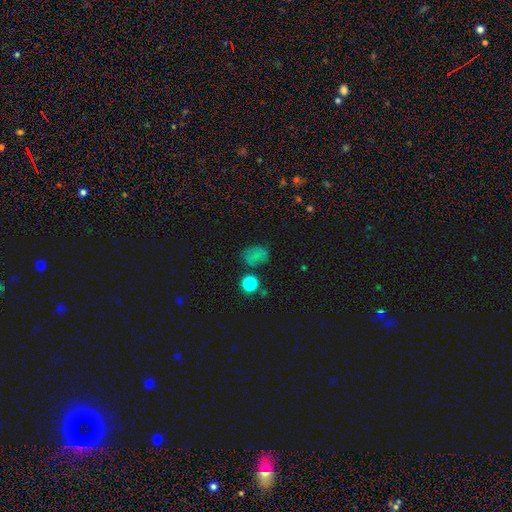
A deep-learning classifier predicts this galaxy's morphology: type=smooth (70%); roundness=in between (61%); merging=none (64%).